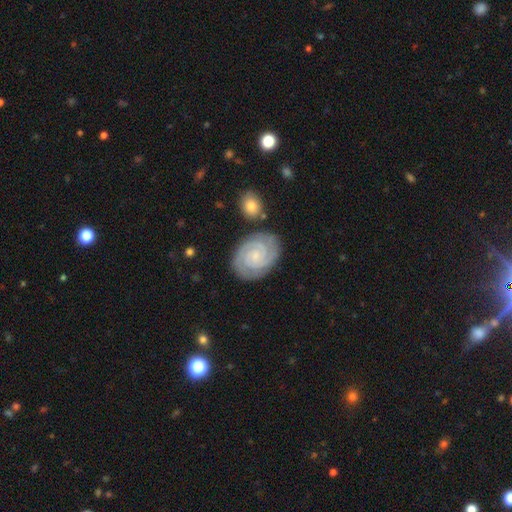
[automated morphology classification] Smooth or featured? featured or disk (87%)
Edge-on disk? no (98%)
Bar? no (65%)
Spiral arms? yes (98%)
Spiral winding? tight (80%)
Spiral arm count? 2 (76%)
Bulge size? small (68%)
Merging? none (82%)